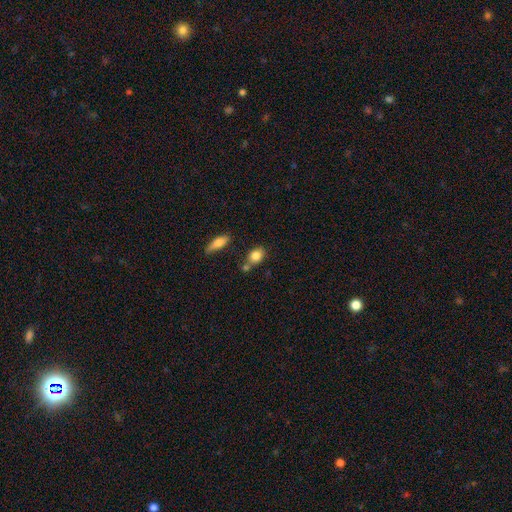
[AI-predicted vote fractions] This is clearly a smooth galaxy (83%). How rounded: possibly in between (59%). Merging: possibly none (57%).